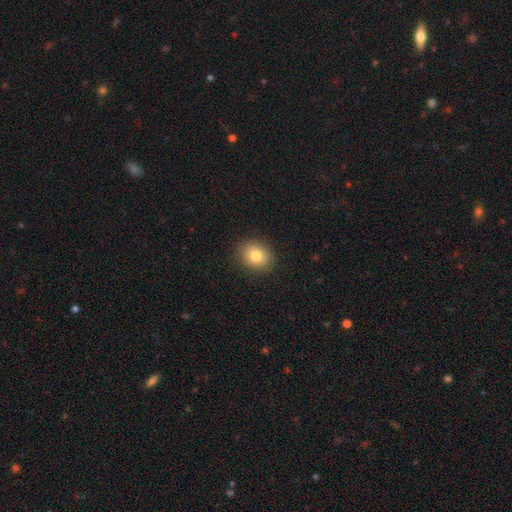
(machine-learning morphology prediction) smooth-or-featured: smooth: 81% | featured or disk: 10% | star or artifact: 10%
  how-rounded: round: 55% | in between: 44% | cigar-shaped: 1%
  merging: none: 89% | minor disturbance: 7% | major disturbance: 2% | merger: 1%